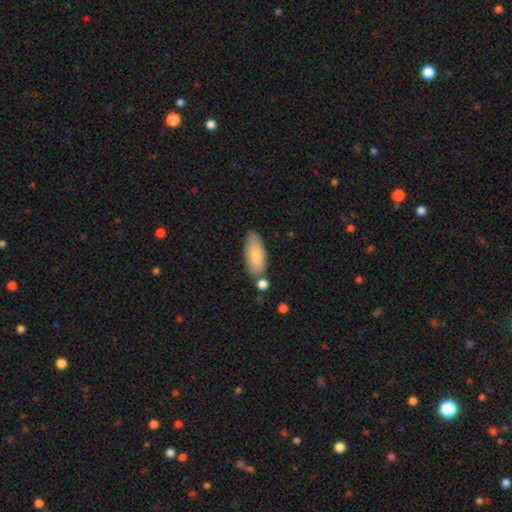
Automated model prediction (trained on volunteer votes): Smooth or featured? smooth (77%)
How rounded? in between (82%)
Merging? none (69%)